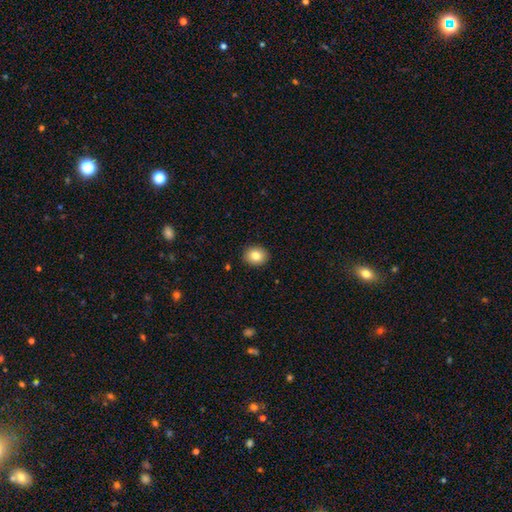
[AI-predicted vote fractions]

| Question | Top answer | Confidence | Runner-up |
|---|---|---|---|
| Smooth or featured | smooth | 82% | star or artifact (9%) |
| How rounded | round | 61% | in between (38%) |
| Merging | none | 91% | minor disturbance (7%) |